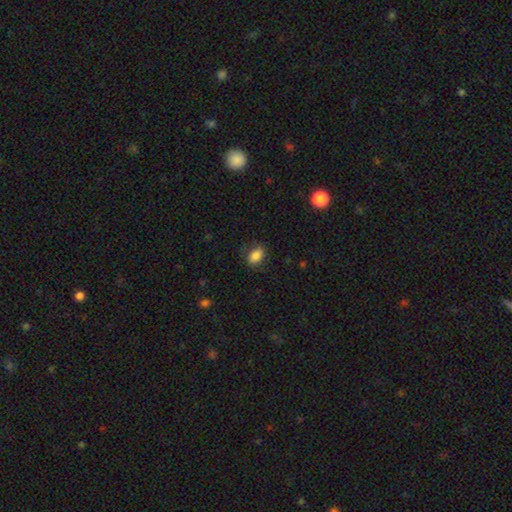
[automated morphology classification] This is clearly a smooth galaxy (85%). How rounded: clearly in between (84%). Merging: likely none (76%).